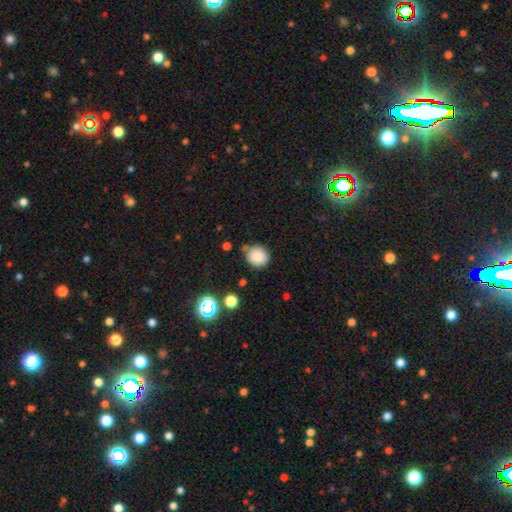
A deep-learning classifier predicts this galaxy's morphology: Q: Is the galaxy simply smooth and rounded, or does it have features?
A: smooth — 85%.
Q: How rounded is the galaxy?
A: round — 89%.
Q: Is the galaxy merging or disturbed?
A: none — 72%.